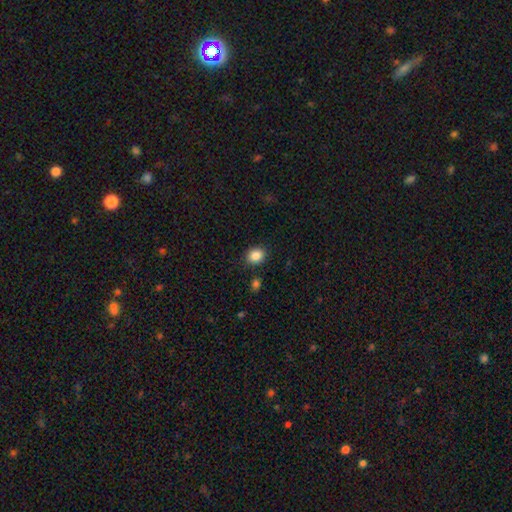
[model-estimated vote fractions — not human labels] Smooth or featured: smooth — 87% (star or artifact — 9%)
How rounded: round — 64% (in between — 35%)
Merging: none — 86% (minor disturbance — 9%)